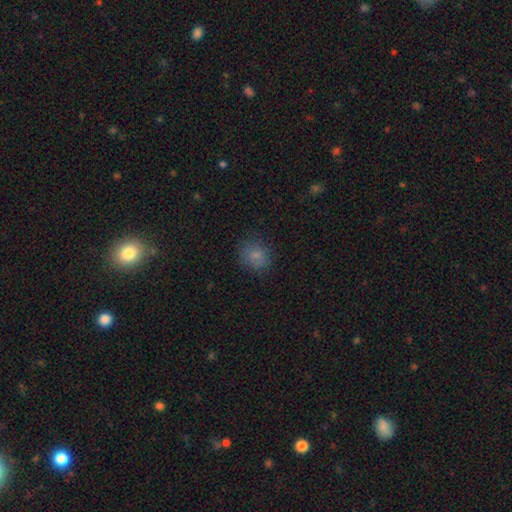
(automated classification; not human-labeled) A smooth galaxy with no disk features (80%) that is round (75%). Merging: none (80%).